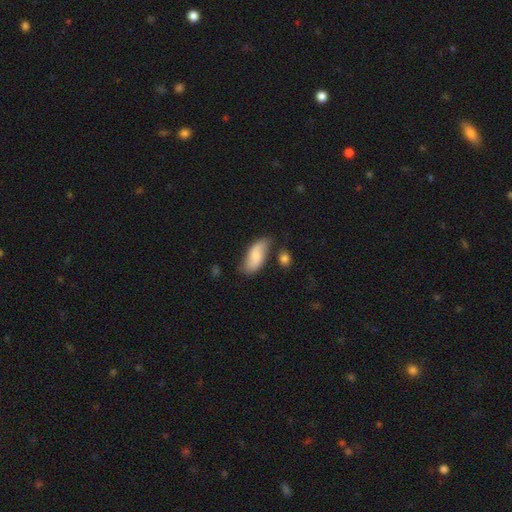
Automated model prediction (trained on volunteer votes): Smooth or featured?
  - smooth: 66% *
  - featured or disk: 27%
  - star or artifact: 7%
How rounded?
  - in between: 86% *
  - cigar-shaped: 11%
  - round: 3%
Merging?
  - none: 65% *
  - minor disturbance: 22%
  - merger: 7%
  - major disturbance: 6%